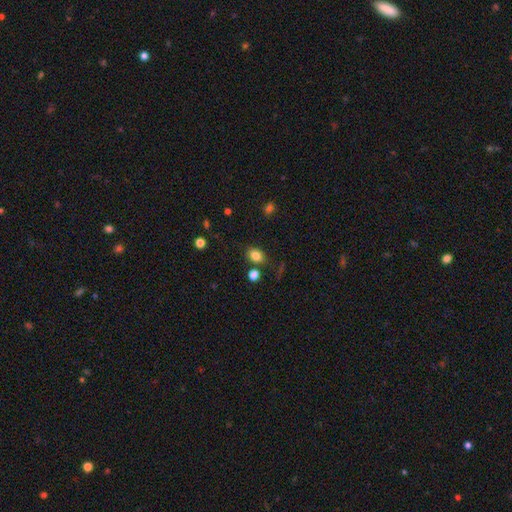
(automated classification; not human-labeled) Smooth or featured? Predicted: smooth (p=0.82). How rounded? Predicted: in between (p=0.66). Merging? Predicted: none (p=0.76).